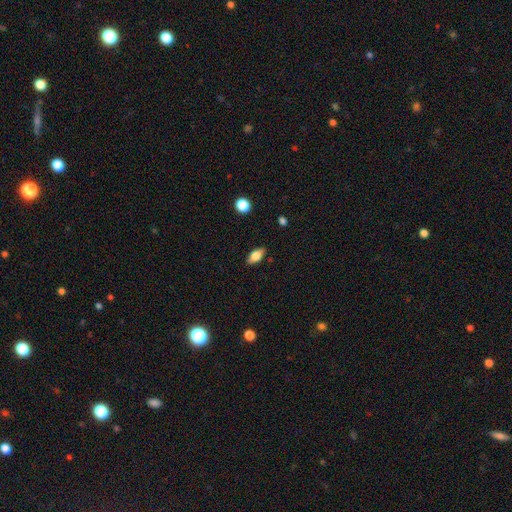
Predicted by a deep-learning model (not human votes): This is likely a smooth galaxy (76%). How rounded: clearly in between (87%). Merging: clearly none (87%).